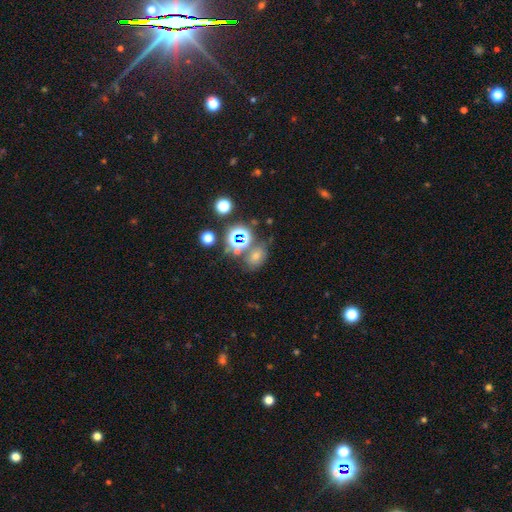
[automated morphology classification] A smooth galaxy with no disk features (55%) that is in between round and cigar-shaped (66%). Merging: none (57%).